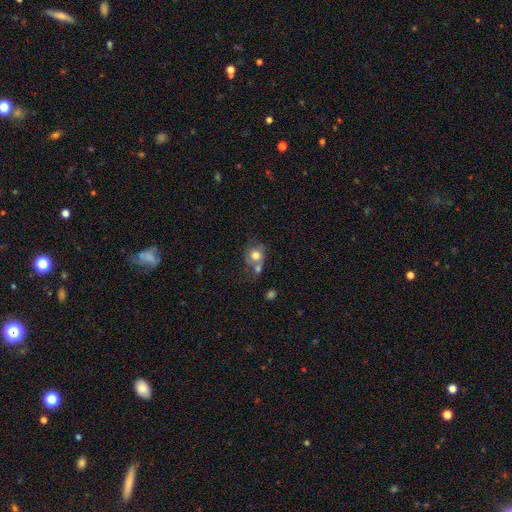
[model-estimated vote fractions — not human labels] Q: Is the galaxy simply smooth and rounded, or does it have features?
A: smooth — 68%.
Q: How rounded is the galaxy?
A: round — 71%.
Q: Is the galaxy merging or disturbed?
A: merger — 40%.